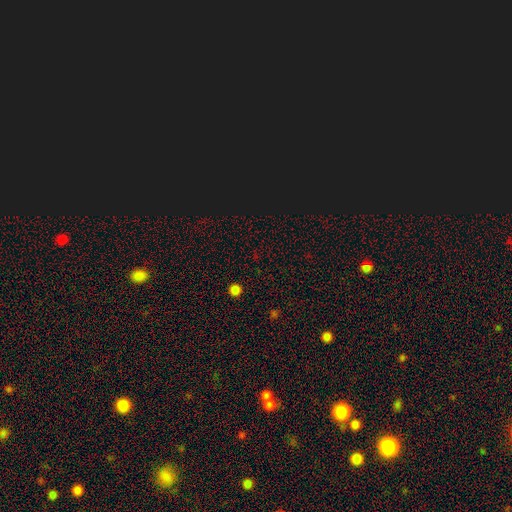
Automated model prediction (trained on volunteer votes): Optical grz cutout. It shows a star or artifact, not a galaxy (63%).